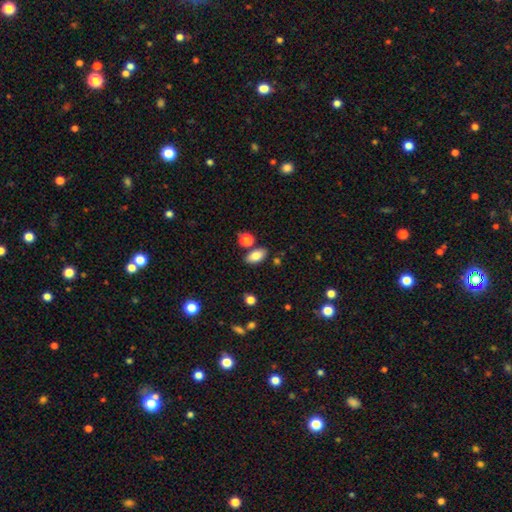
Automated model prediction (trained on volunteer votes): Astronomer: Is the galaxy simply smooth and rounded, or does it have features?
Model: smooth — 82%.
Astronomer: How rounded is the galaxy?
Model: in between — 91%.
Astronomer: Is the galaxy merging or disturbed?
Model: none — 79%.